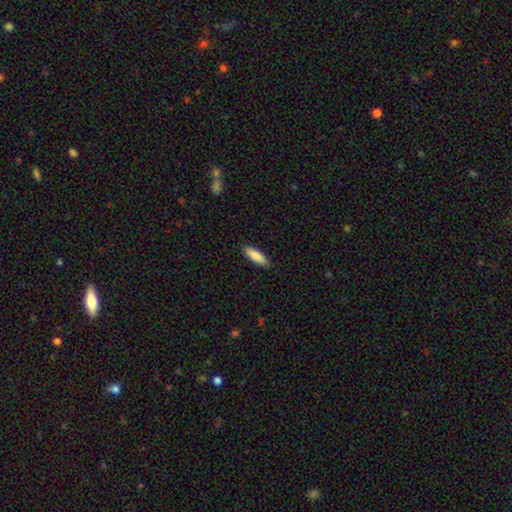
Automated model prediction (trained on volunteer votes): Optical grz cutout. It shows a smooth galaxy with no disk features (86%) that is in between round and cigar-shaped (52%). Merging: none (88%).